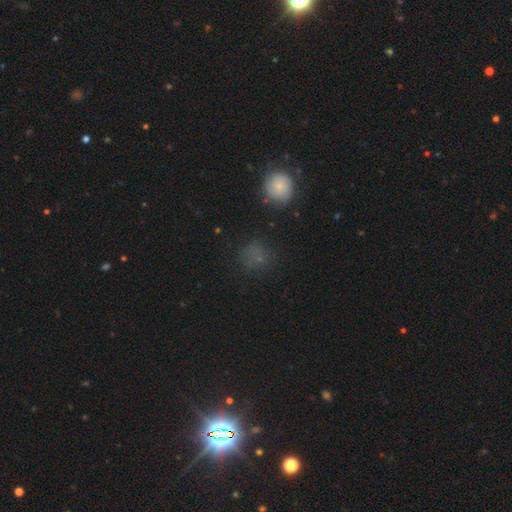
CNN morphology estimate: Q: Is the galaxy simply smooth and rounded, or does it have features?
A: smooth — 62%.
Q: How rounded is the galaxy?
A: round — 88%.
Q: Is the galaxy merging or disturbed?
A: none — 75%.